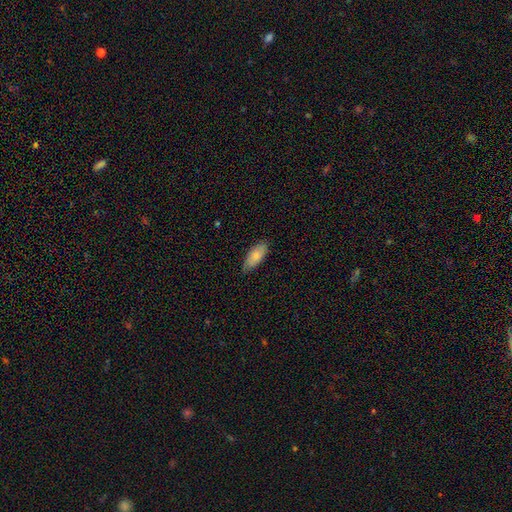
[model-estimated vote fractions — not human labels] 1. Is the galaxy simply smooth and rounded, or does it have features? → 80% smooth, 14% featured or disk, 6% star or artifact.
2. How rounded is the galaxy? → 83% in between, 15% cigar-shaped, 2% round.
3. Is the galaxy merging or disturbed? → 77% none, 19% minor disturbance, 3% major disturbance, 1% merger.